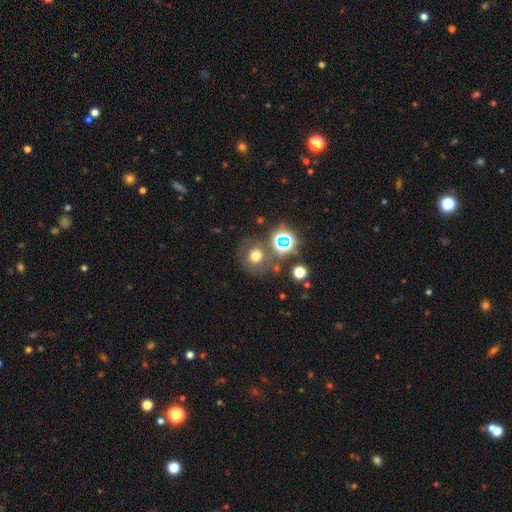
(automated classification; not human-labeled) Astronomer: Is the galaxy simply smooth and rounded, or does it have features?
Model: smooth — 61%.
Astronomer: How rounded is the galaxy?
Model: round — 86%.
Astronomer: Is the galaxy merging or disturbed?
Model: none — 70%.